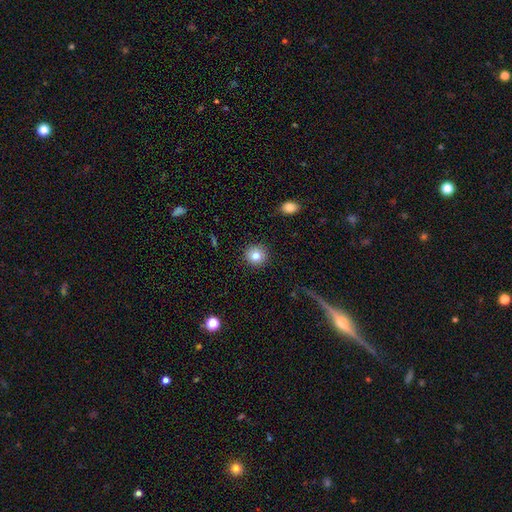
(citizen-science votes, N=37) smooth 84%, featured or disk 11%, star or artifact 5%. Down the decision tree: how rounded — round (97%); merging — none (89%).